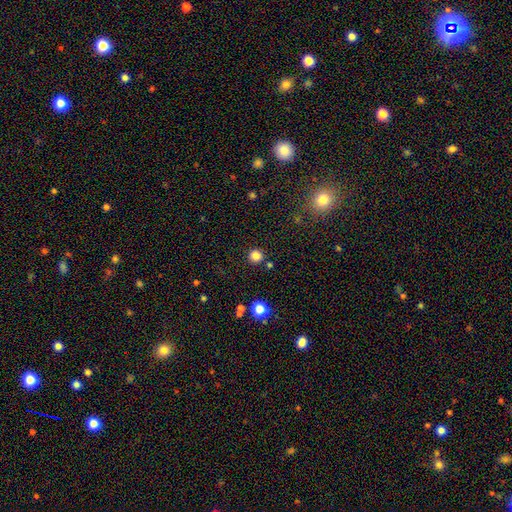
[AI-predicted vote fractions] A smooth galaxy with no disk features (83%) that is round (94%).

Vote fractions:
- Smooth or featured? smooth: 83% / star or artifact: 13% / featured or disk: 4%
- How rounded? round: 94% / in between: 5% / cigar-shaped: 1%
- Merging? none: 89% / minor disturbance: 6% / merger: 3% / major disturbance: 2%